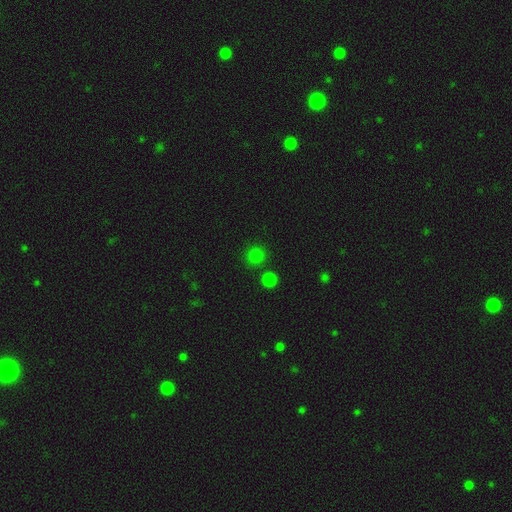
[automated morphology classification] Smooth or featured: smooth — 79% (star or artifact — 17%)
How rounded: round — 91% (in between — 8%)
Merging: none — 84% (merger — 7%)